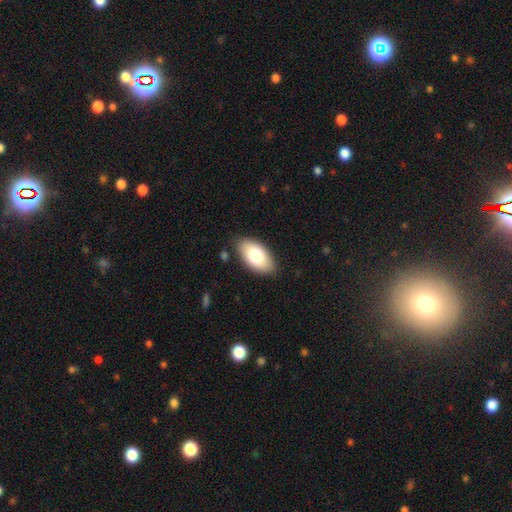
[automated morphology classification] A smooth galaxy with no disk features (77%) that is in between round and cigar-shaped (95%).

Vote fractions:
- Smooth or featured? smooth: 77% / featured or disk: 17% / star or artifact: 6%
- How rounded? in between: 95% / round: 3% / cigar-shaped: 2%
- Merging? none: 85% / minor disturbance: 11% / major disturbance: 2% / merger: 2%